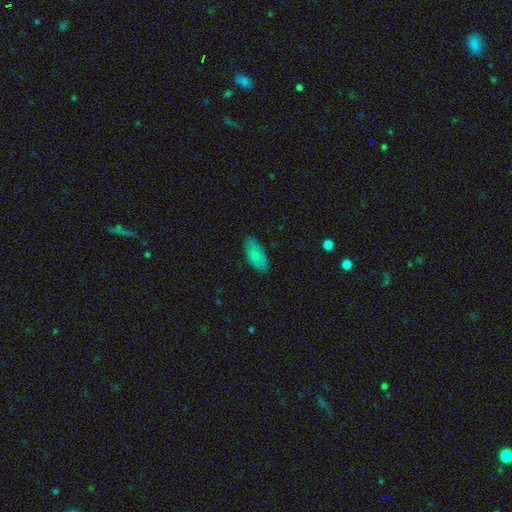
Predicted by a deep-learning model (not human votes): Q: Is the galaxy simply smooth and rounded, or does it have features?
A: smooth — 78%.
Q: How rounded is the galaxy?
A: in between — 90%.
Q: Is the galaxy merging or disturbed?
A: none — 83%.